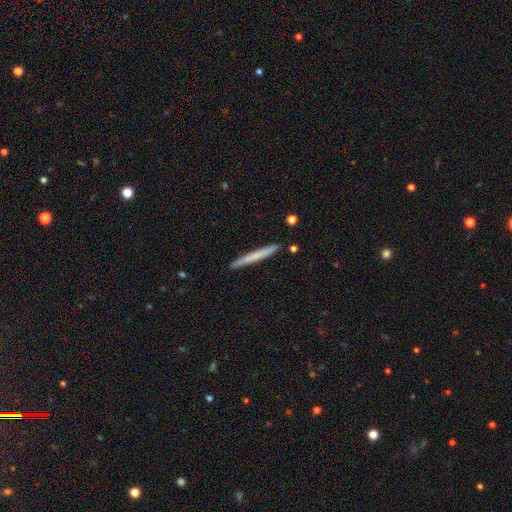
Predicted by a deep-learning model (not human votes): Morphology: type=smooth (63%); roundness=cigar-shaped (97%); merging=none (91%).